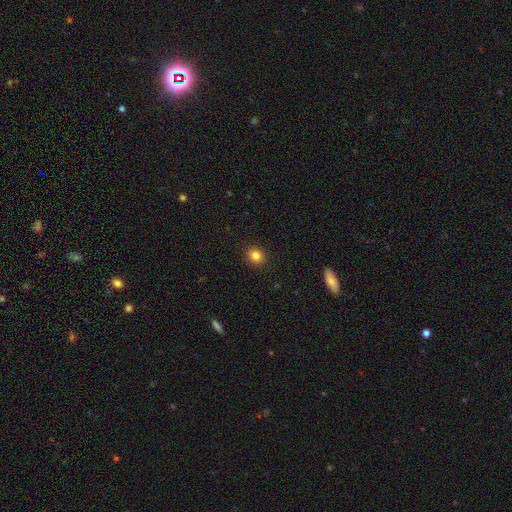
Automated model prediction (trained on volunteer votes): Smooth or featured? Predicted: smooth (p=0.83). How rounded? Predicted: round (p=0.80). Merging? Predicted: none (p=0.91).